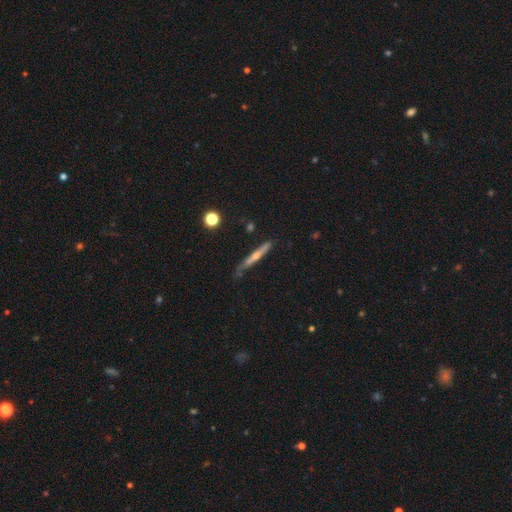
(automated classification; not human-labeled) This is possibly a featured or disk galaxy (59%). It is clearly viewed edge-on (95%). Edge-on bulge: likely rounded (64%). Merging: likely none (72%).